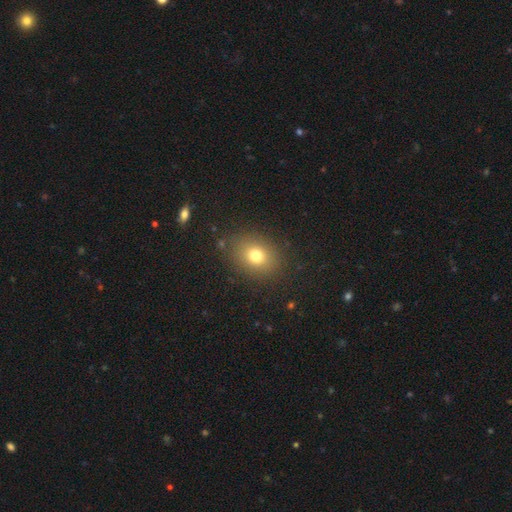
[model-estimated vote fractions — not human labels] Smooth or featured? smooth (76%)
How rounded? round (50%)
Merging? none (85%)